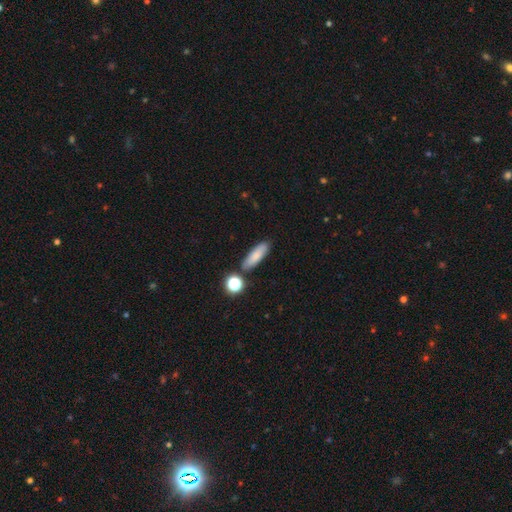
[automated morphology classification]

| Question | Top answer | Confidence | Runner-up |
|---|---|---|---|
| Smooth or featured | smooth | 80% | featured or disk (11%) |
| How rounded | in between | 49% | cigar-shaped (47%) |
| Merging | none | 81% | minor disturbance (11%) |